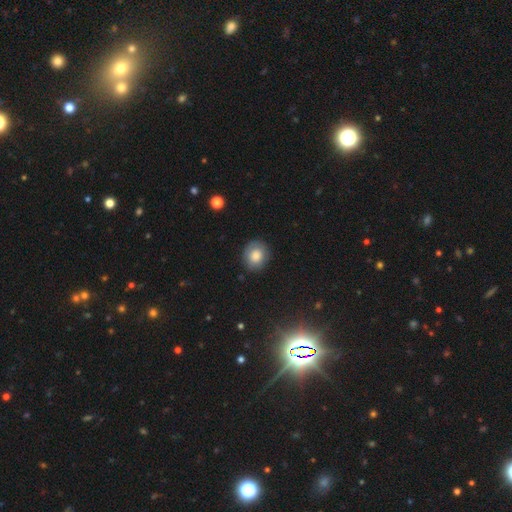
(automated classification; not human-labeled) Smooth or featured?
  - smooth: 80% *
  - featured or disk: 12%
  - star or artifact: 9%
How rounded?
  - round: 75% *
  - in between: 24%
  - cigar-shaped: 1%
Merging?
  - none: 83% *
  - minor disturbance: 13%
  - major disturbance: 3%
  - merger: 1%